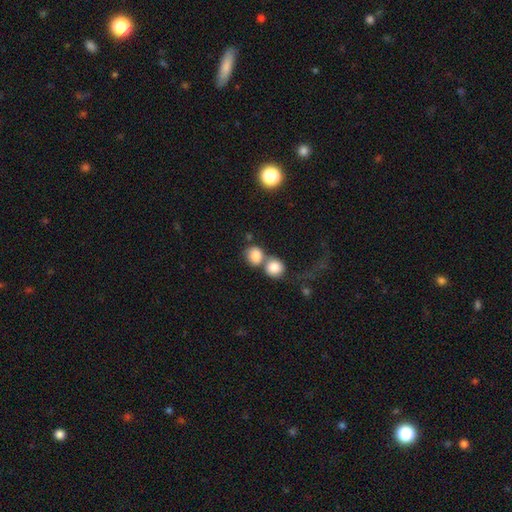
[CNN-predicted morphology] Smooth or featured? smooth (82%)
How rounded? round (75%)
Merging? merger (56%)